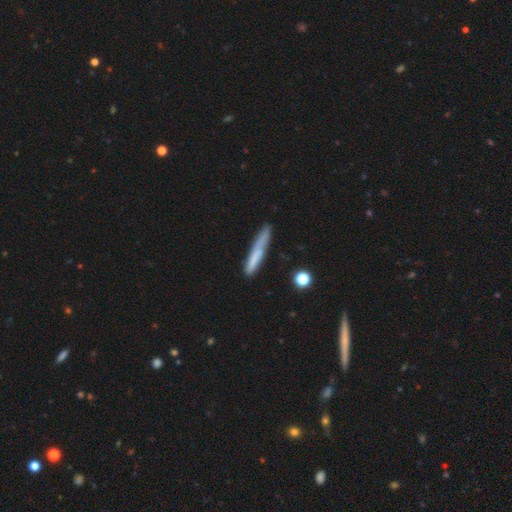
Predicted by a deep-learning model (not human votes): smooth_or_featured: smooth (p=0.66) [alt: featured or disk p=0.26]
how_rounded: cigar-shaped (p=0.94) [alt: in between p=0.05]
merging: none (p=0.69) [alt: minor disturbance p=0.21]